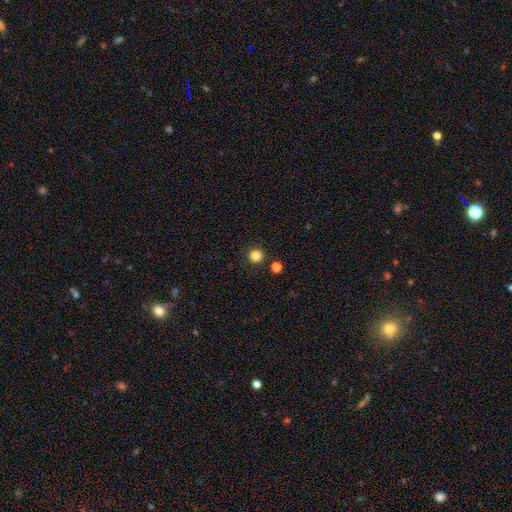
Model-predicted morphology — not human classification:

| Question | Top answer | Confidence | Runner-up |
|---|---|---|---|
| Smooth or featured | smooth | 83% | star or artifact (12%) |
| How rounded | round | 95% | in between (4%) |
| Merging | none | 90% | minor disturbance (6%) |